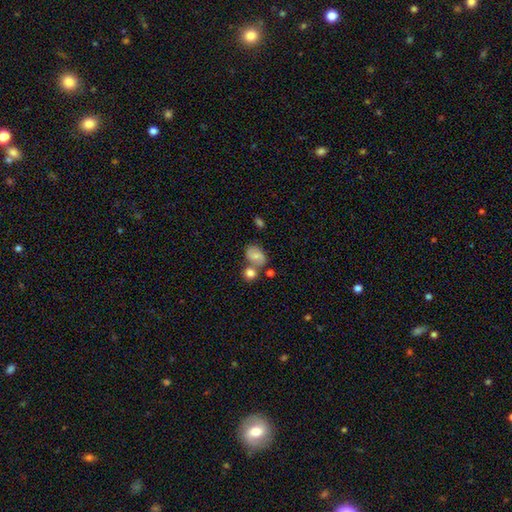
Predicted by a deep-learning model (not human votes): This is likely a smooth galaxy (64%). How rounded: likely in between (64%). Merging: possibly none (48%).